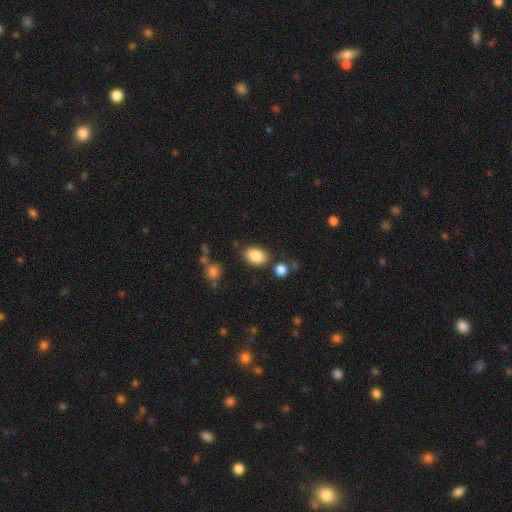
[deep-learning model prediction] A smooth galaxy with no disk features (87%) that is in between round and cigar-shaped (86%). Merging: none (79%).